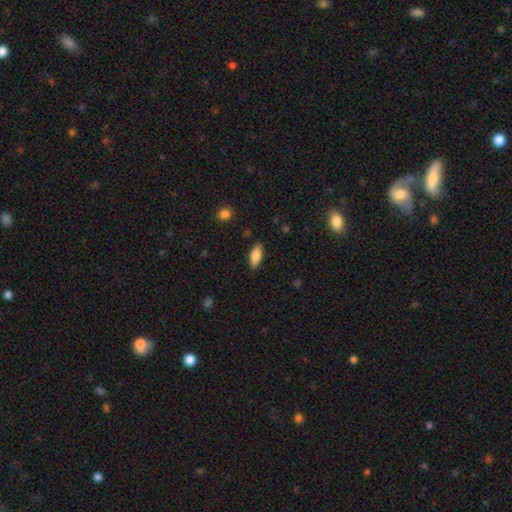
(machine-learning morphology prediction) smooth 83%, featured or disk 10%, star or artifact 7%. Down the decision tree: how rounded — in between (80%); merging — none (86%).